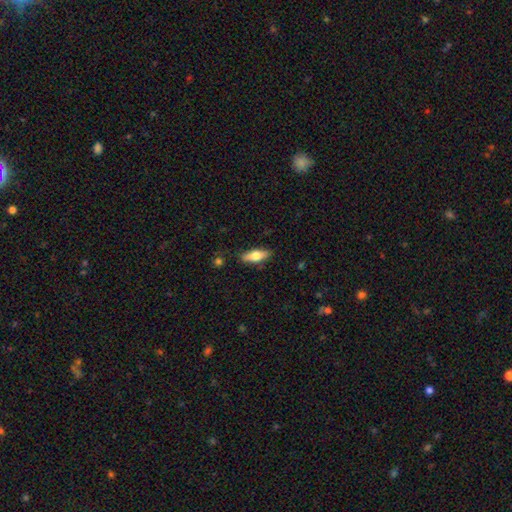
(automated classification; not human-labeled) Overall: smooth (63%; featured or disk 30%). How rounded: in between (63%; cigar-shaped 34%). Merging: none (84%).